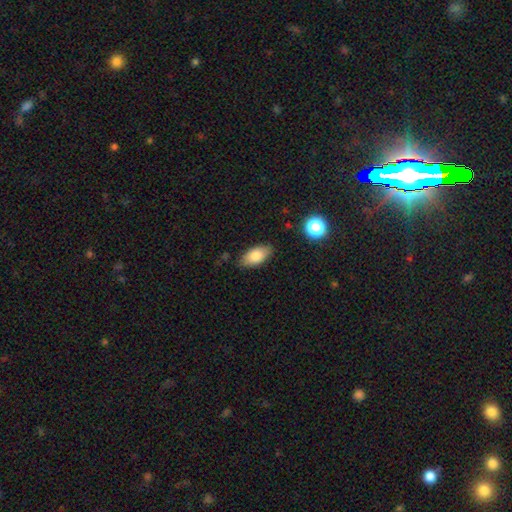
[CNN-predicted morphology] The model was most divided on "merging": none: 82%, minor disturbance: 14%, major disturbance: 3%, merger: 2%. More confident: how rounded — in between (91%); smooth or featured — smooth (83%).